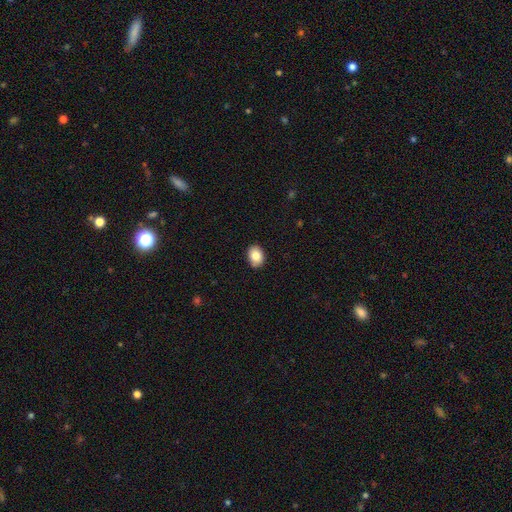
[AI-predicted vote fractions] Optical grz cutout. It shows a smooth galaxy with no disk features (84%) that is in between round and cigar-shaped (70%). Merging: none (88%).